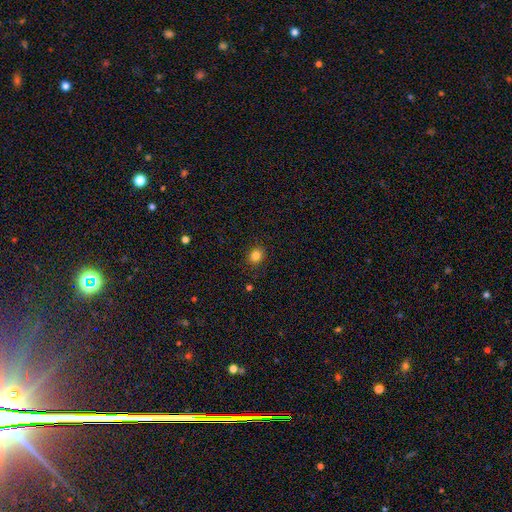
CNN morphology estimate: Overall: smooth (83%). How rounded: round (69%; in between 30%). Merging: none (89%).